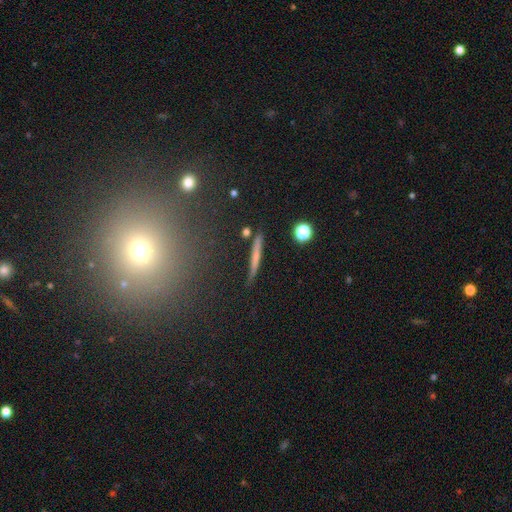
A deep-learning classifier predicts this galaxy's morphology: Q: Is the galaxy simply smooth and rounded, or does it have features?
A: smooth — 50%.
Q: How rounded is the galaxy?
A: cigar-shaped — 92%.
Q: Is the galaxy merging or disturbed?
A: none — 84%.